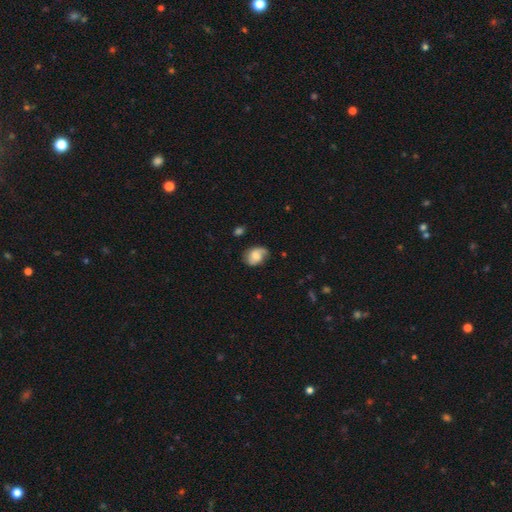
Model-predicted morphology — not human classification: Smooth or featured? Predicted: smooth (p=0.60). How rounded? Predicted: in between (p=0.69). Merging? Predicted: none (p=0.52).